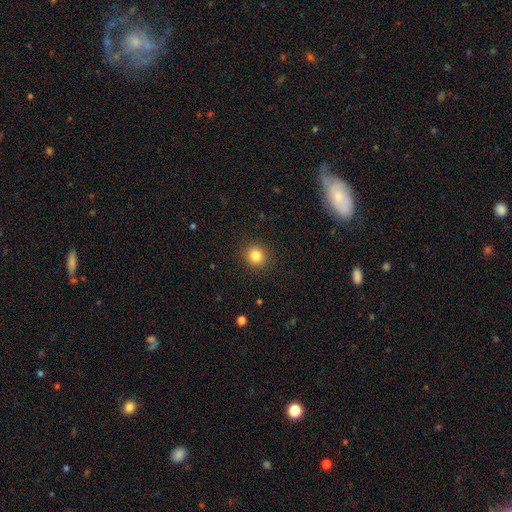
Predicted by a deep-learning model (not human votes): A smooth galaxy with no disk features (83%) that is round (90%). Merging: none (91%).